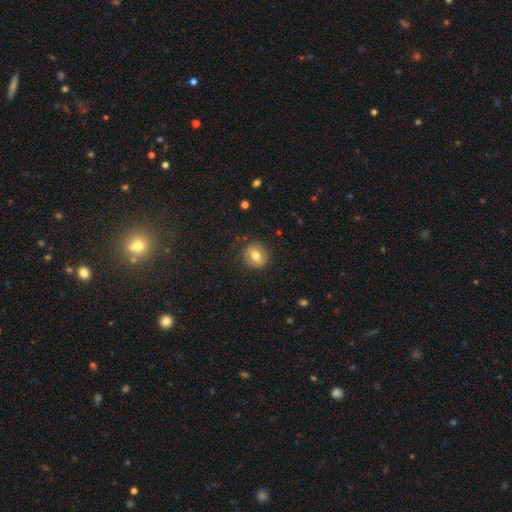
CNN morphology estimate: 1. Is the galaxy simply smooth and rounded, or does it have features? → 70% smooth, 21% featured or disk, 10% star or artifact.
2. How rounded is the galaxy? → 72% round, 27% in between, 1% cigar-shaped.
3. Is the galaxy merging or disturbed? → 84% none, 11% minor disturbance, 3% major disturbance, 1% merger.